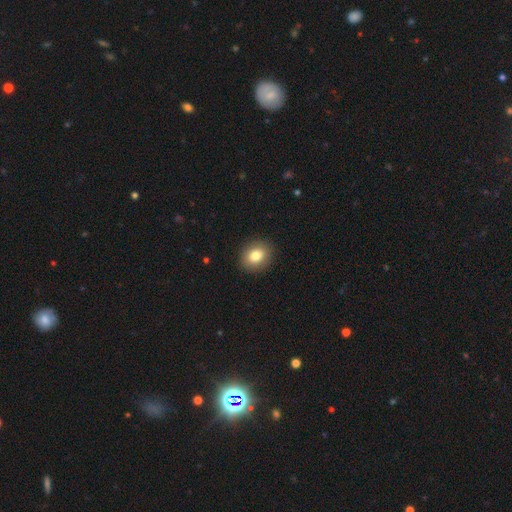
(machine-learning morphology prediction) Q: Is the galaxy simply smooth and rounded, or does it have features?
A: smooth — 81%.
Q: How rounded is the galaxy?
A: round — 55%.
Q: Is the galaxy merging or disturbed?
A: none — 90%.